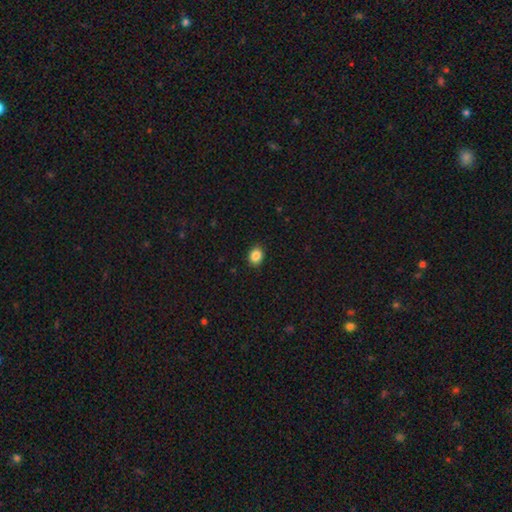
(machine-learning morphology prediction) type=smooth (86%); roundness=in between (50%); merging=none (90%).